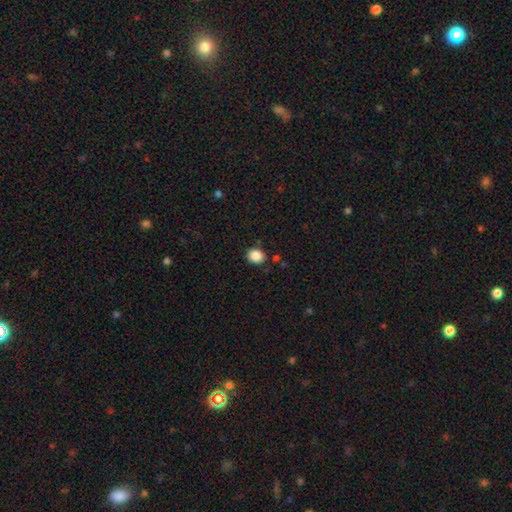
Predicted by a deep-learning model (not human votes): Smooth or featured: smooth — 88% (star or artifact — 9%)
How rounded: round — 63% (in between — 36%)
Merging: none — 84% (minor disturbance — 10%)